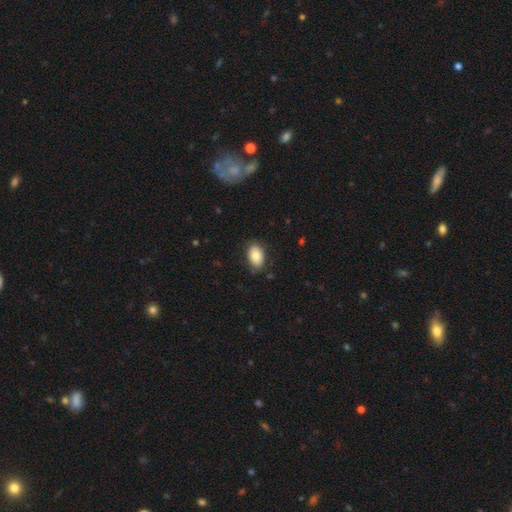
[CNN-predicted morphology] Smooth or featured? smooth (83%)
How rounded? in between (91%)
Merging? none (82%)